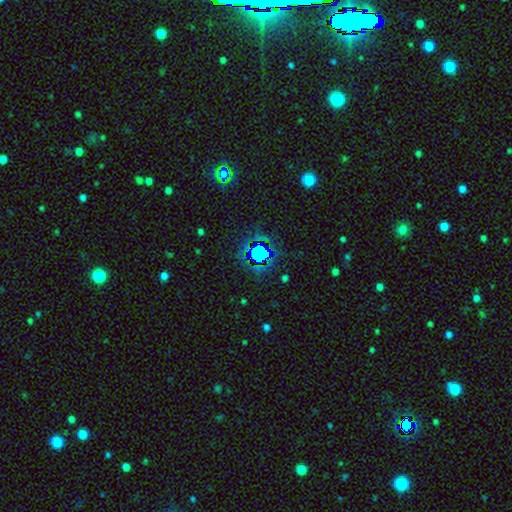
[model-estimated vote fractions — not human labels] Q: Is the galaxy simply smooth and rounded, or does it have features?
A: star or artifact — 66%.